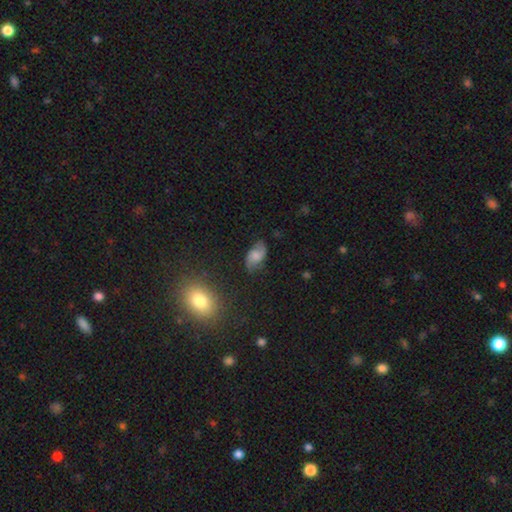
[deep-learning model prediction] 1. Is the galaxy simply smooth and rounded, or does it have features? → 47% featured or disk, 42% smooth, 11% star or artifact.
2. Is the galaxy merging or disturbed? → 74% none, 19% minor disturbance, 6% major disturbance, 2% merger.